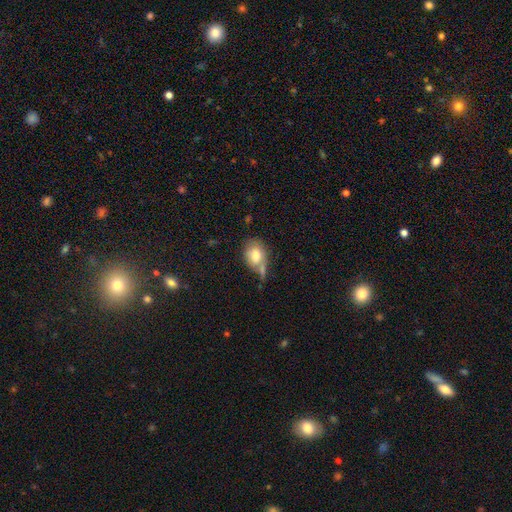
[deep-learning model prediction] Q: Smooth or featured?
A: smooth (74%); runner-up: featured or disk (17%)
Q: How rounded?
A: in between (63%); runner-up: round (36%)
Q: Merging?
A: none (46%); runner-up: minor disturbance (26%)